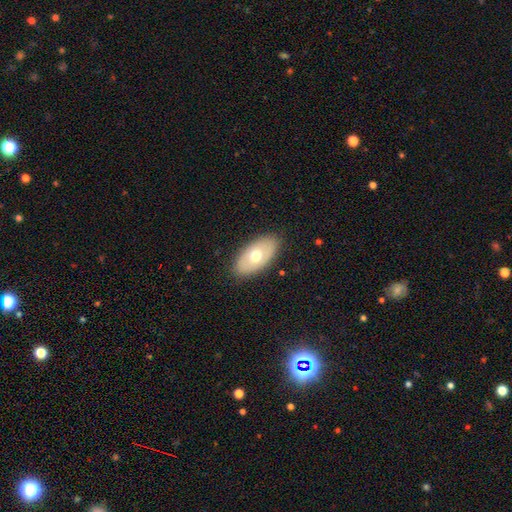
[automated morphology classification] Smooth or featured? smooth (59%)
How rounded? in between (93%)
Merging? none (86%)